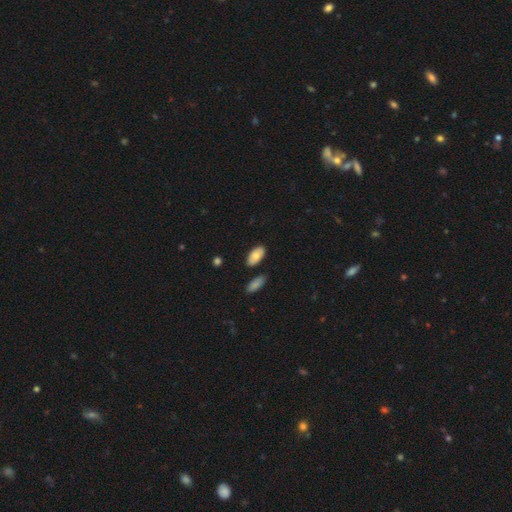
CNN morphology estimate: Q: Smooth or featured?
A: smooth (78%); runner-up: featured or disk (16%)
Q: How rounded?
A: in between (94%); runner-up: cigar-shaped (3%)
Q: Merging?
A: none (78%); runner-up: minor disturbance (14%)